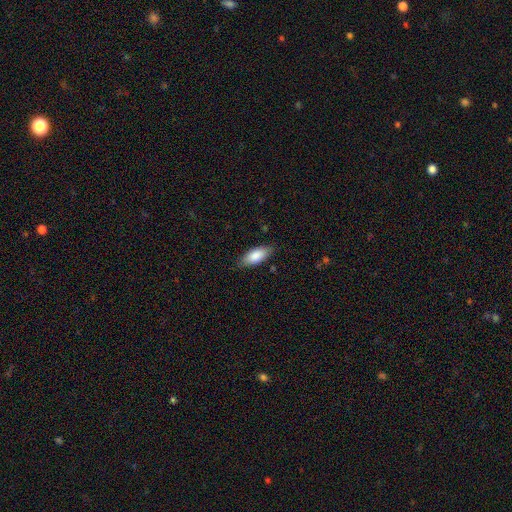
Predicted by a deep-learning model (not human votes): Overall: smooth (86%). How rounded: in between (85%). Merging: none (82%).